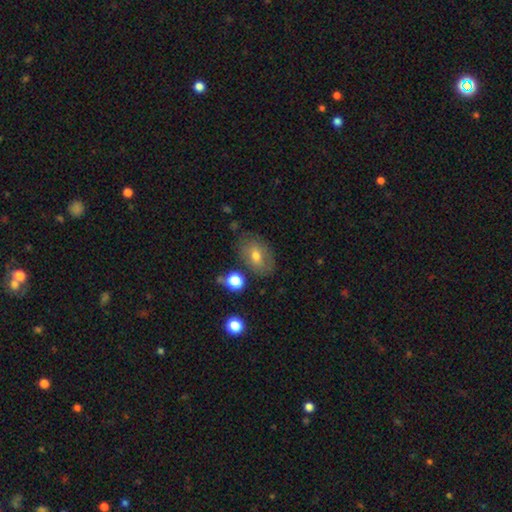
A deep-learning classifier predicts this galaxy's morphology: A smooth galaxy with no disk features (62%) that is in between round and cigar-shaped (79%). Merging: none (71%).